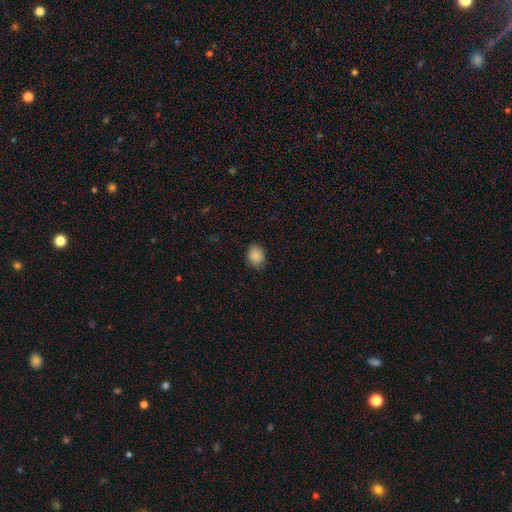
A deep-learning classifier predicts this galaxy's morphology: A smooth galaxy with no disk features (87%) that is round (56%).

Vote fractions:
- Smooth or featured? smooth: 87% / star or artifact: 9% / featured or disk: 4%
- How rounded? round: 56% / in between: 43% / cigar-shaped: 1%
- Merging? none: 80% / minor disturbance: 16% / major disturbance: 3% / merger: 1%